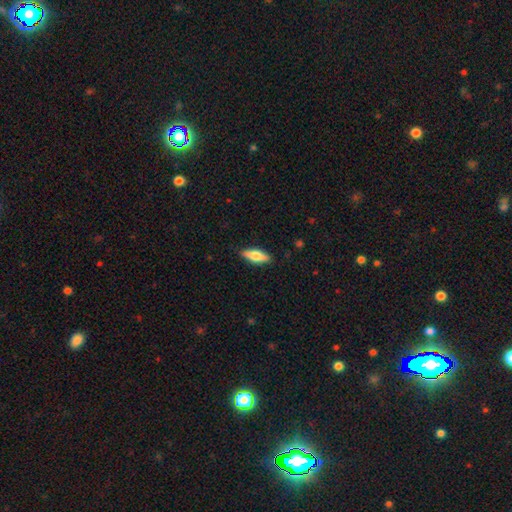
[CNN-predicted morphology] Q: Smooth or featured?
A: smooth (63%); runner-up: featured or disk (32%)
Q: How rounded?
A: in between (57%); runner-up: cigar-shaped (41%)
Q: Merging?
A: none (87%); runner-up: minor disturbance (10%)